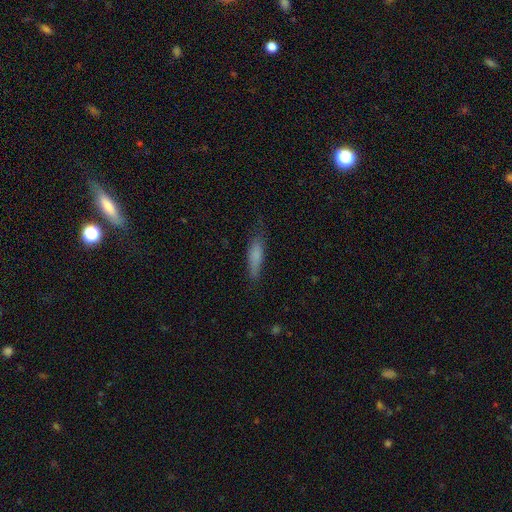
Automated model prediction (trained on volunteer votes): Smooth or featured?
  - smooth: 77% *
  - featured or disk: 16%
  - star or artifact: 7%
How rounded?
  - cigar-shaped: 71% *
  - in between: 27%
  - round: 2%
Merging?
  - none: 68% *
  - minor disturbance: 24%
  - major disturbance: 6%
  - merger: 2%